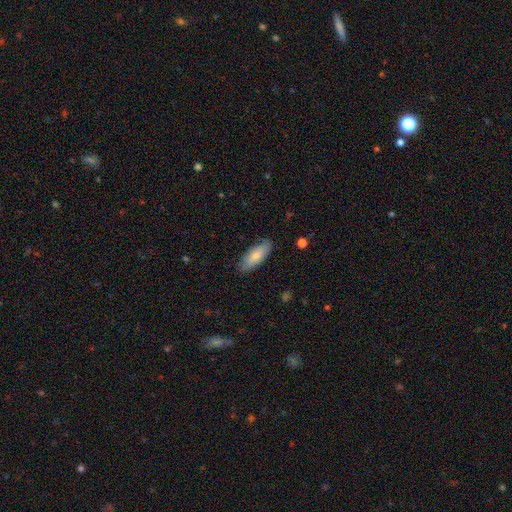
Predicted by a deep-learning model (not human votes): This is likely a smooth galaxy (78%). How rounded: likely in between (72%). Merging: clearly none (84%).